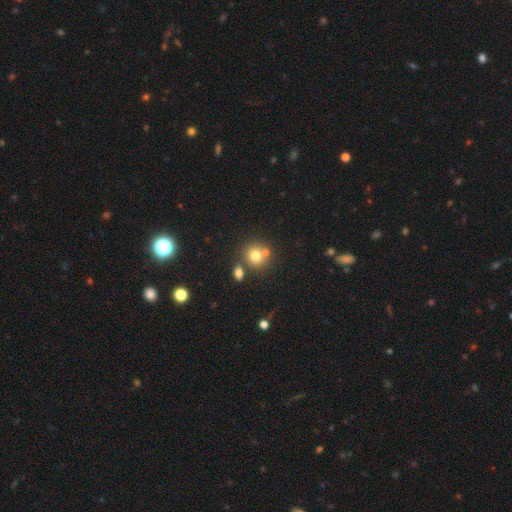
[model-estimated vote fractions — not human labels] Smooth or featured? smooth (74%)
How rounded? round (85%)
Merging? none (58%)